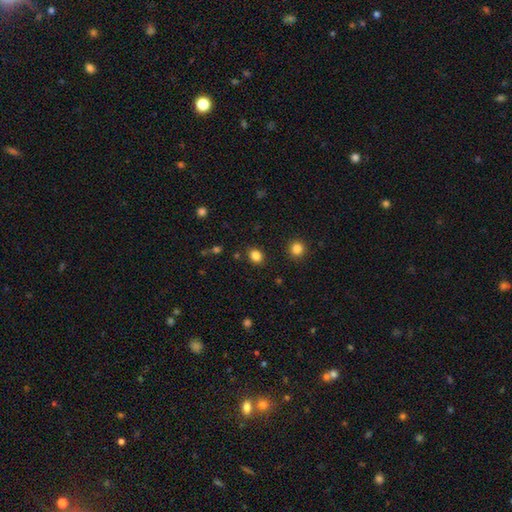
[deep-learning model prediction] Smooth or featured? smooth (83%)
How rounded? round (50%)
Merging? none (86%)